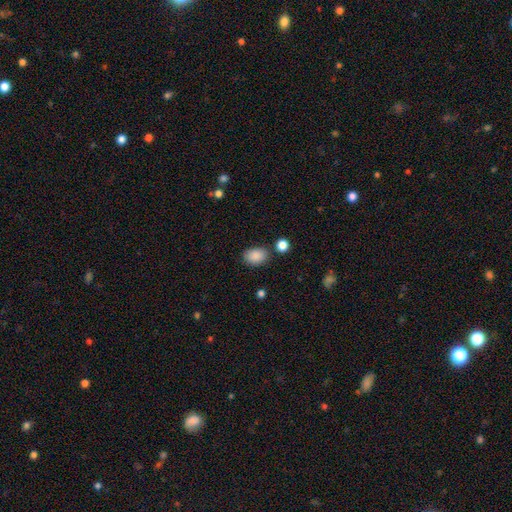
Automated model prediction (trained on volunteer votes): A smooth galaxy with no disk features (88%) that is in between round and cigar-shaped (78%).

Vote fractions:
- Smooth or featured? smooth: 88% / star or artifact: 8% / featured or disk: 4%
- How rounded? in between: 78% / round: 20% / cigar-shaped: 1%
- Merging? none: 78% / minor disturbance: 13% / merger: 5% / major disturbance: 4%